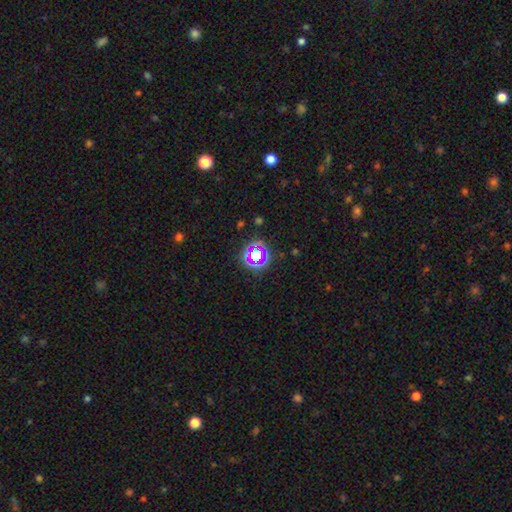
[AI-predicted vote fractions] smooth-or-featured: star or artifact: 62% | smooth: 25% | featured or disk: 12%